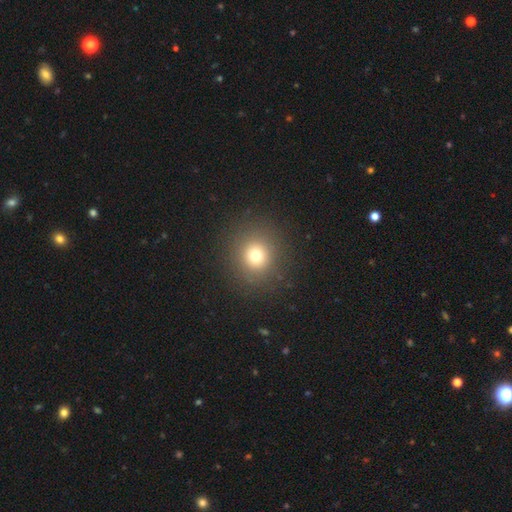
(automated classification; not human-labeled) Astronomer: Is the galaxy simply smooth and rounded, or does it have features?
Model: smooth — 73%.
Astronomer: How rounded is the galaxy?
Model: round — 88%.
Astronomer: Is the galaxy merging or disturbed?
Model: none — 88%.